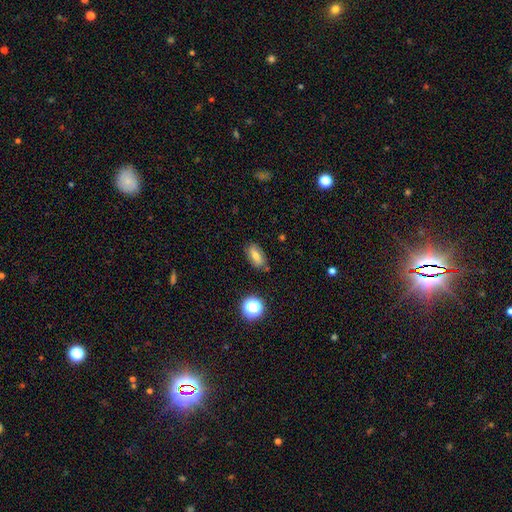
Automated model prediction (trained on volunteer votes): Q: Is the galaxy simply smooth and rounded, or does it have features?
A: smooth — 68%.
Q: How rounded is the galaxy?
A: in between — 82%.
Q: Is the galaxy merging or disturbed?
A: none — 78%.